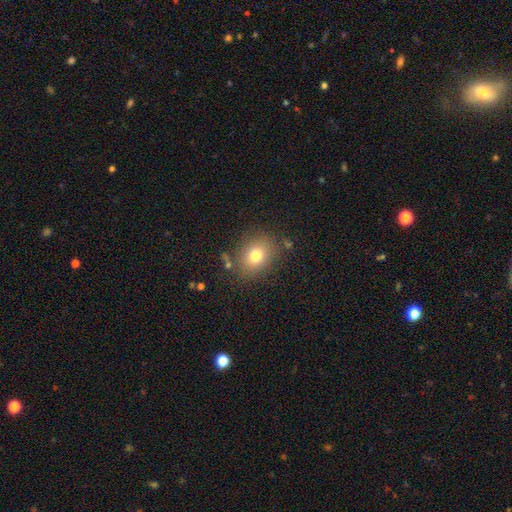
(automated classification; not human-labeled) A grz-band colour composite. It shows a smooth galaxy with no disk features (76%) that is round (56%). Merging: none (82%).